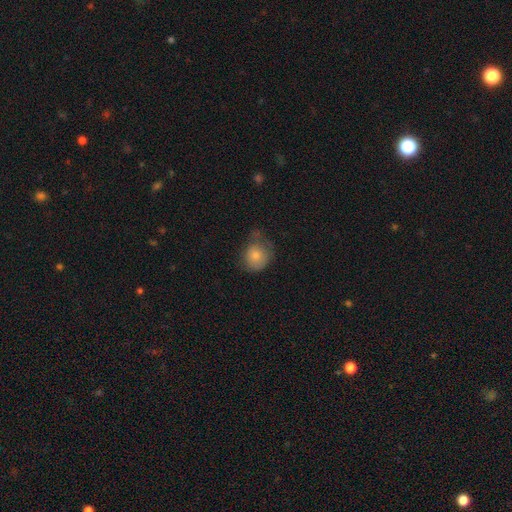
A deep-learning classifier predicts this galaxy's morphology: The model was most divided on "merging": none: 43%, minor disturbance: 37%, major disturbance: 17%, merger: 3%. More confident: smooth or featured — smooth (78%); how rounded — round (69%).